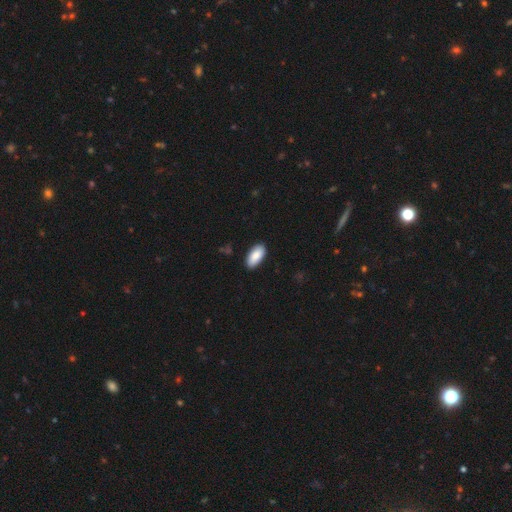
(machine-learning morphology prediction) A smooth galaxy with no disk features (88%) that is in between round and cigar-shaped (93%).

Vote fractions:
- Smooth or featured? smooth: 88% / featured or disk: 6% / star or artifact: 6%
- How rounded? in between: 93% / cigar-shaped: 5% / round: 2%
- Merging? none: 88% / minor disturbance: 9% / major disturbance: 2% / merger: 1%